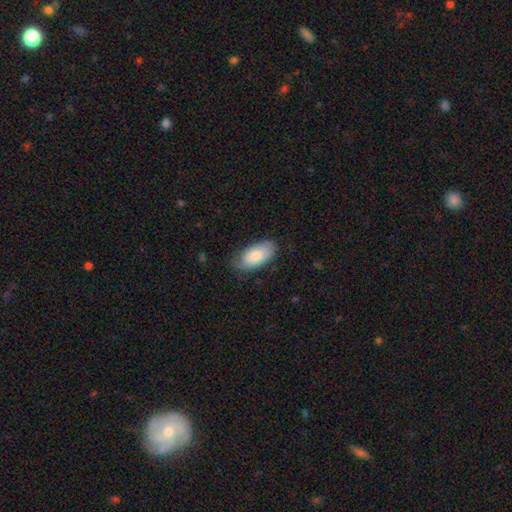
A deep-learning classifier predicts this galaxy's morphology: type=smooth (77%); roundness=in between (94%); merging=none (67%).